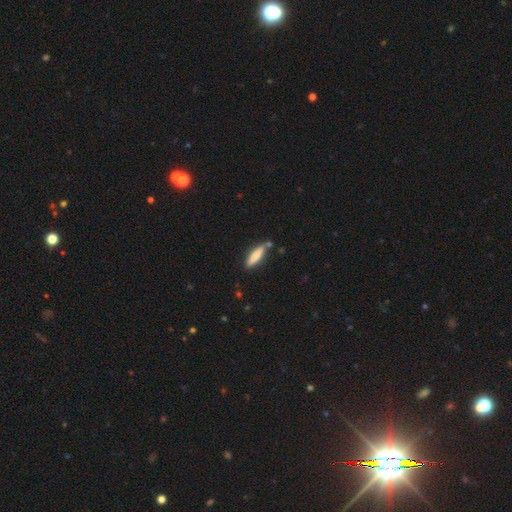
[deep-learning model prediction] The model was most divided on "smooth or featured": smooth: 68%, featured or disk: 26%, star or artifact: 6%. More confident: merging — none (79%); how rounded — cigar-shaped (78%).